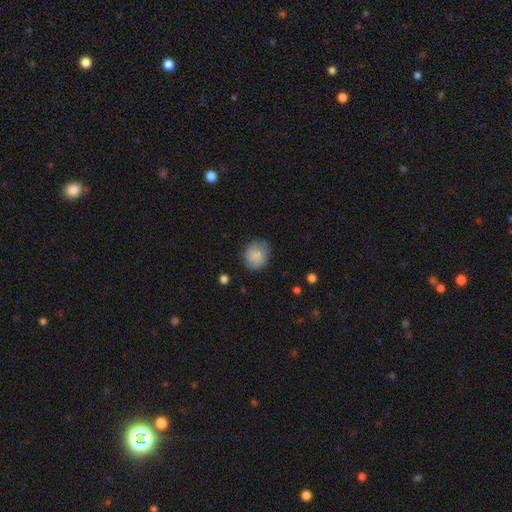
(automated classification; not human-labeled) Smooth or featured? smooth (82%)
How rounded? round (75%)
Merging? none (76%)